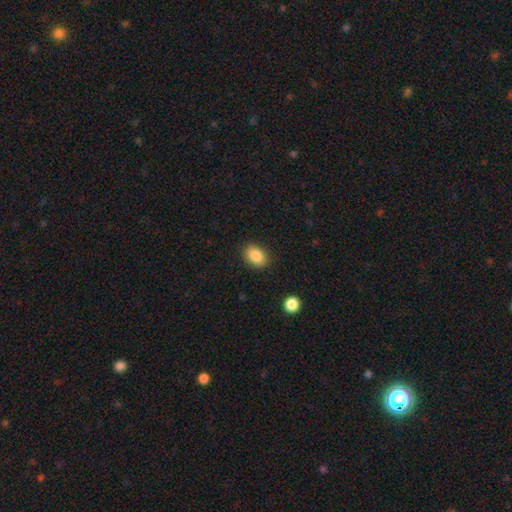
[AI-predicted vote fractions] A smooth galaxy with no disk features (87%) that is in between round and cigar-shaped (78%).

Vote fractions:
- Smooth or featured? smooth: 87% / star or artifact: 8% / featured or disk: 5%
- How rounded? in between: 78% / round: 21% / cigar-shaped: 1%
- Merging? none: 87% / minor disturbance: 9% / major disturbance: 3% / merger: 1%